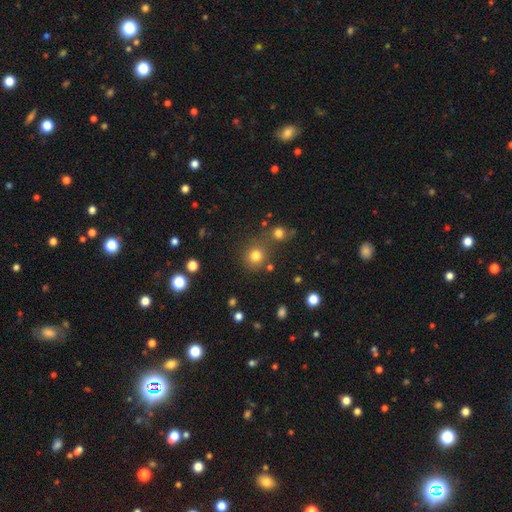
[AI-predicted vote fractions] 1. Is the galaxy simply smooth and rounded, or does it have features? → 78% smooth, 15% star or artifact, 6% featured or disk.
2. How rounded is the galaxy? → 90% round, 9% in between, 1% cigar-shaped.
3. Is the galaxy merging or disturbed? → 71% none, 15% merger, 9% minor disturbance, 4% major disturbance.